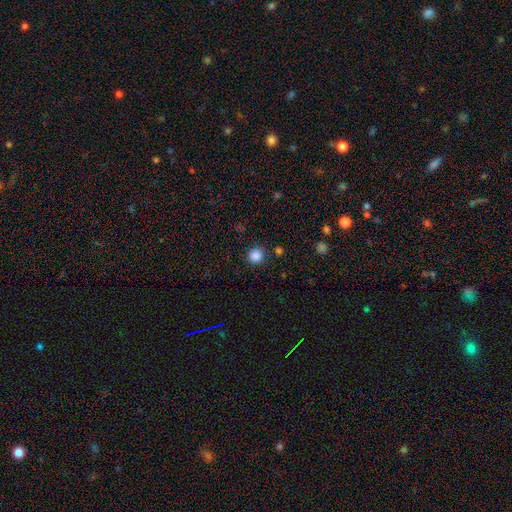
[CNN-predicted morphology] This is clearly a smooth galaxy (86%). How rounded: clearly round (92%). Merging: clearly none (87%).